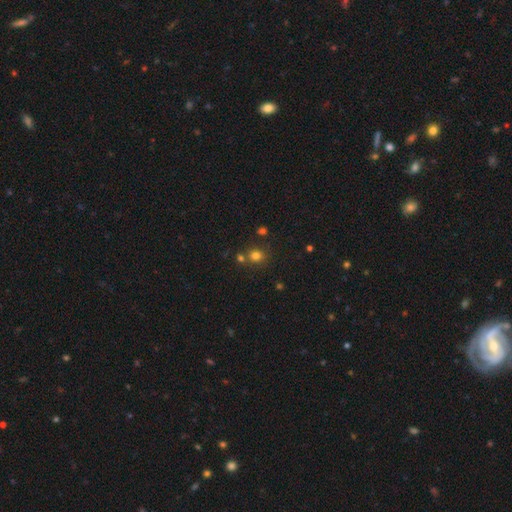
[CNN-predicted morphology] Q: Smooth or featured?
A: smooth (76%); runner-up: star or artifact (17%)
Q: How rounded?
A: round (80%); runner-up: in between (19%)
Q: Merging?
A: none (69%); runner-up: merger (18%)